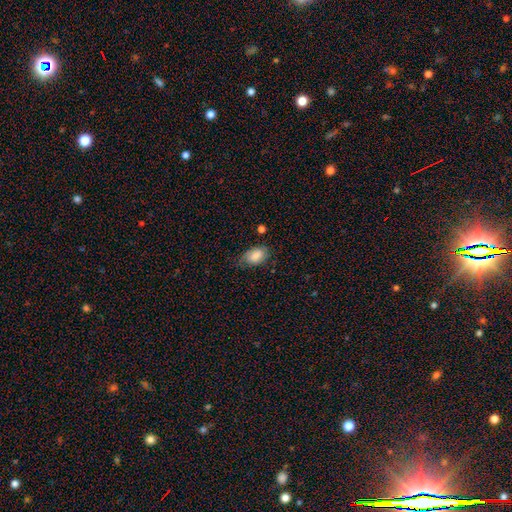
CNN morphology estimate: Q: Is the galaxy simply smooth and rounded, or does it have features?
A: smooth — 81%.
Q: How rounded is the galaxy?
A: in between — 89%.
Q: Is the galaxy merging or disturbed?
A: none — 57%.